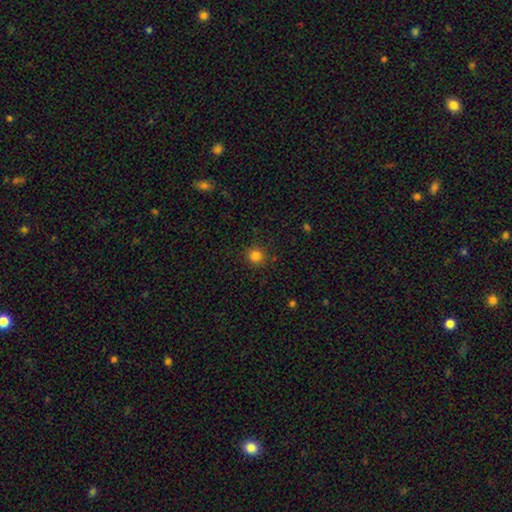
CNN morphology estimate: This is clearly a smooth galaxy (82%). How rounded: clearly round (91%). Merging: clearly none (88%).